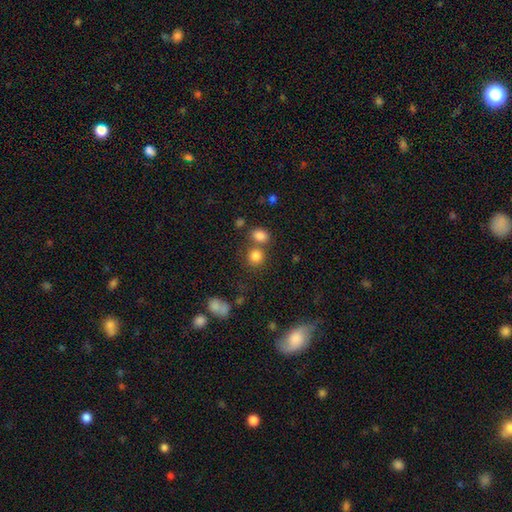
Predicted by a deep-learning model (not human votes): Morphology: type=smooth (82%); roundness=round (79%); merging=none (61%).